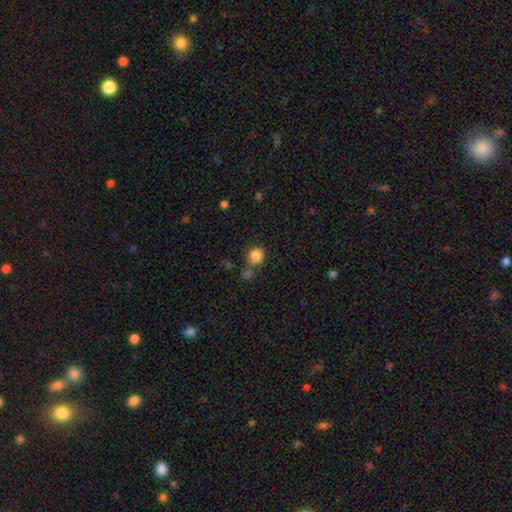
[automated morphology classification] type=smooth (85%); roundness=round (81%); merging=none (69%).